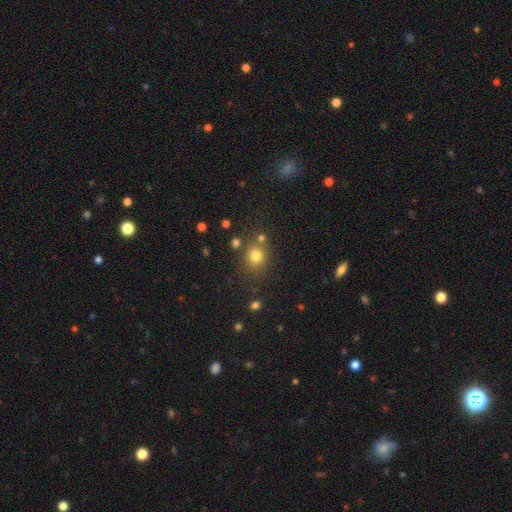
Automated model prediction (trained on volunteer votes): Morphology: type=smooth (77%); roundness=round (79%); merging=none (75%).